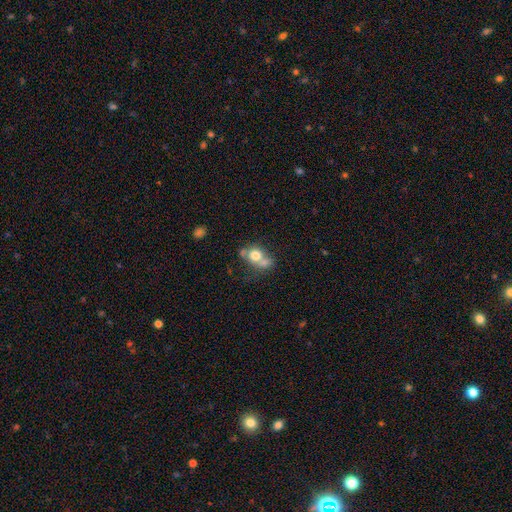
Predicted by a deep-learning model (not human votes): Smooth or featured?
  - smooth: 69% *
  - featured or disk: 21%
  - star or artifact: 10%
How rounded?
  - round: 61% *
  - in between: 37%
  - cigar-shaped: 1%
Merging?
  - merger: 49% *
  - none: 33%
  - minor disturbance: 11%
  - major disturbance: 6%